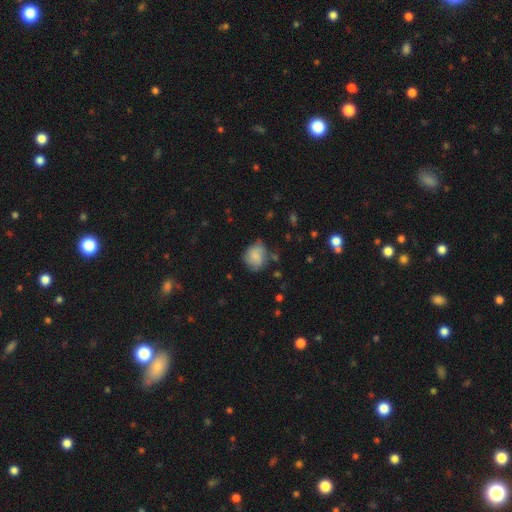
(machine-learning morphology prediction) type=smooth (73%); roundness=round (61%); merging=none (54%).